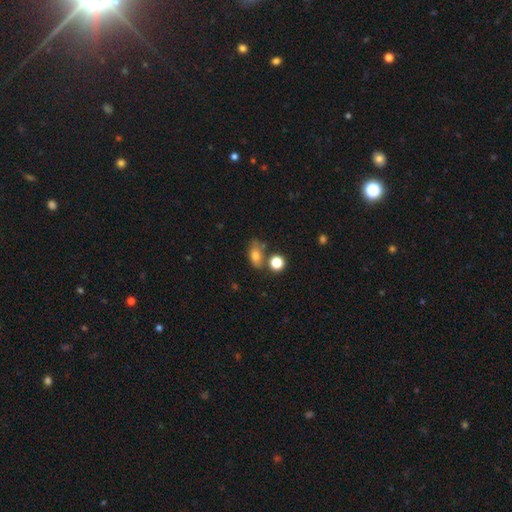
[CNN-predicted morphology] Smooth or featured?
  - smooth: 76% *
  - featured or disk: 12%
  - star or artifact: 12%
How rounded?
  - in between: 77% *
  - round: 18%
  - cigar-shaped: 5%
Merging?
  - none: 57% *
  - minor disturbance: 20%
  - merger: 15%
  - major disturbance: 7%